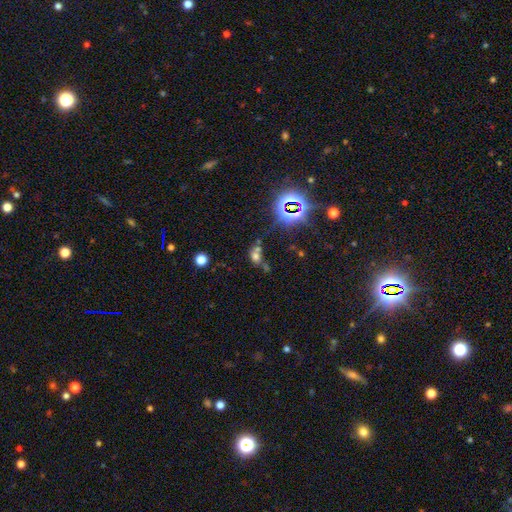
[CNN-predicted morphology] smooth-or-featured: smooth: 52% | star or artifact: 33% | featured or disk: 15%
  how-rounded: round: 52% | in between: 45% | cigar-shaped: 3%
  merging: merger: 45% | none: 36% | minor disturbance: 11% | major disturbance: 8%